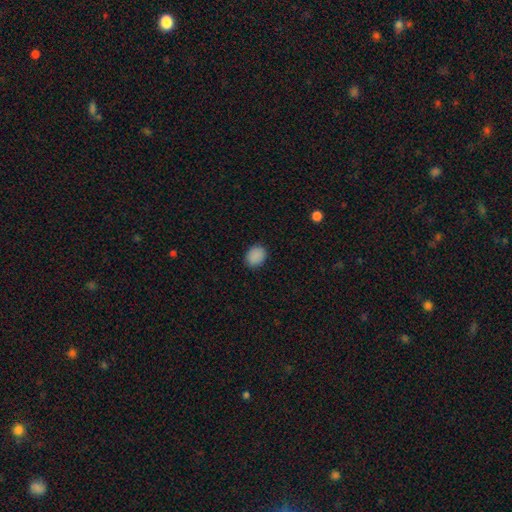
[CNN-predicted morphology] This is clearly a smooth galaxy (88%). How rounded: possibly in between (51%). Merging: clearly none (88%).